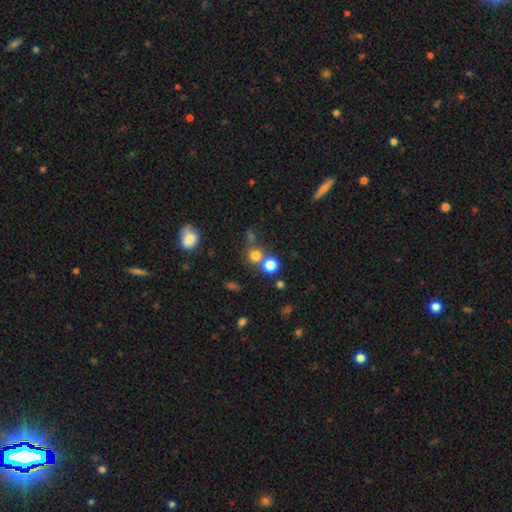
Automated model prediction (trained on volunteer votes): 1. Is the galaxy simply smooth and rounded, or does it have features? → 75% smooth, 17% star or artifact, 8% featured or disk.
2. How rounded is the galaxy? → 89% round, 10% in between, 1% cigar-shaped.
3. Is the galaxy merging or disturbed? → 58% none, 31% merger, 7% minor disturbance, 4% major disturbance.